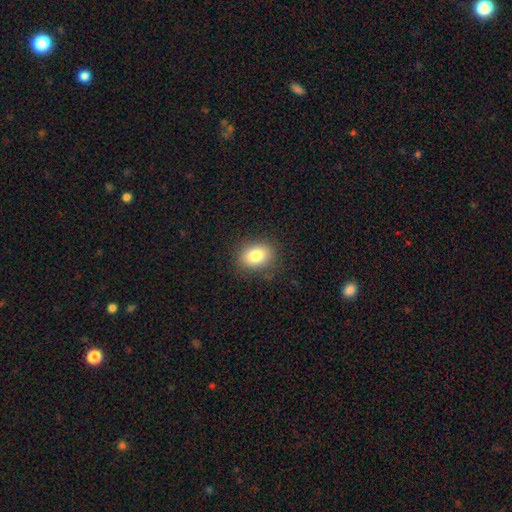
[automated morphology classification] The model was most divided on "how rounded": in between: 64%, round: 35%, cigar-shaped: 1%. More confident: merging — none (84%); smooth or featured — smooth (82%).